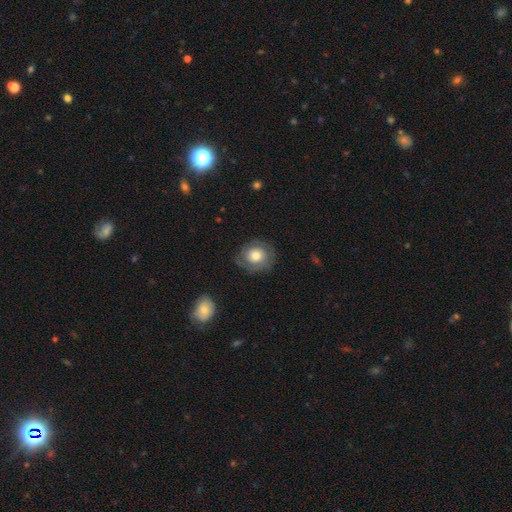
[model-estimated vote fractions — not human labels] smooth_or_featured: smooth (p=0.59) [alt: featured or disk p=0.33]
how_rounded: round (p=0.81) [alt: in between p=0.18]
merging: none (p=0.76) [alt: minor disturbance p=0.16]